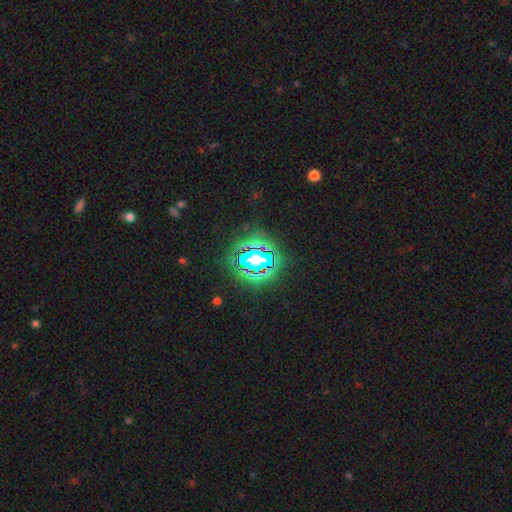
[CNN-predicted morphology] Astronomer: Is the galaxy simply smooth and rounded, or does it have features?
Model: star or artifact — 80%.